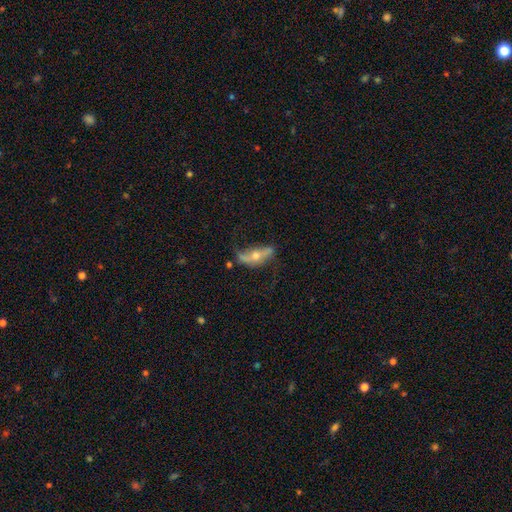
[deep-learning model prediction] Smooth or featured: featured or disk — 68% (smooth — 24%)
Edge-on disk: no — 68% (yes — 32%)
Merging: none — 52% (minor disturbance — 26%)